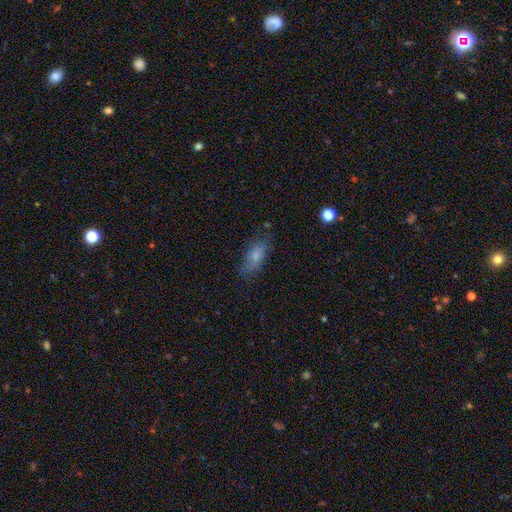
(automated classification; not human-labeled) Overall: smooth (73%). How rounded: in between (77%). Merging: none (67%).